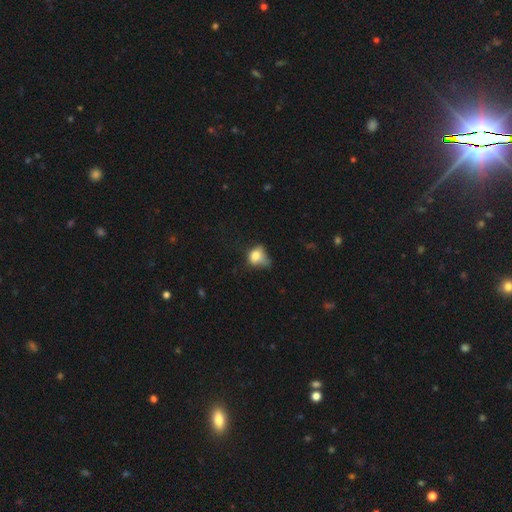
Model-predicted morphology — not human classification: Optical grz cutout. It shows a smooth galaxy with no disk features (73%) that is in between round and cigar-shaped (52%). Merging: minor disturbance (35%).